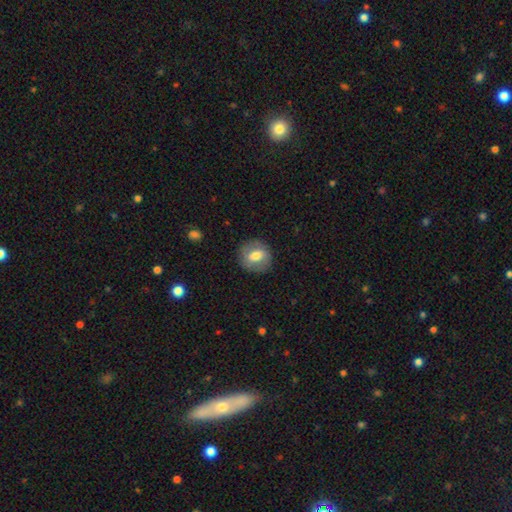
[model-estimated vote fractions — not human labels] smooth-or-featured: smooth: 58% | featured or disk: 34% | star or artifact: 7%
  how-rounded: round: 76% | in between: 23% | cigar-shaped: 1%
  merging: none: 84% | minor disturbance: 11% | major disturbance: 4% | merger: 1%